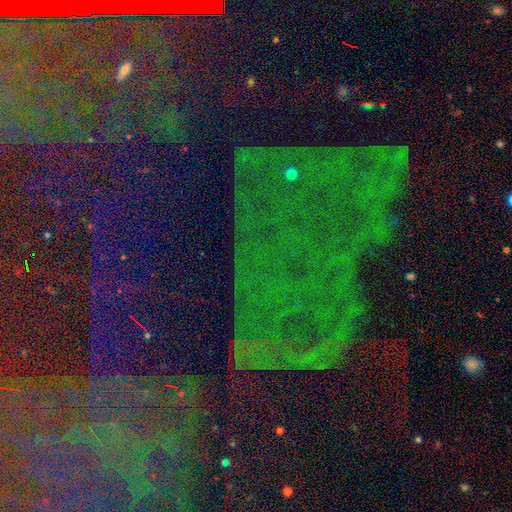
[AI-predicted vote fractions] This is clearly a star or artifact rather than a galaxy (82%).